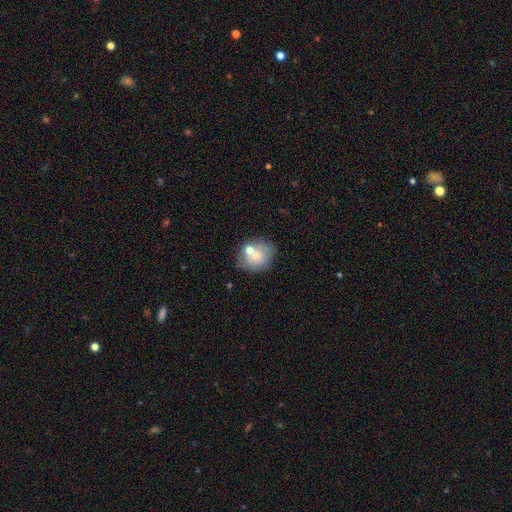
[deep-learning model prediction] Smooth or featured? Predicted: smooth (p=0.60). How rounded? Predicted: round (p=0.71). Merging? Predicted: none (p=0.53).